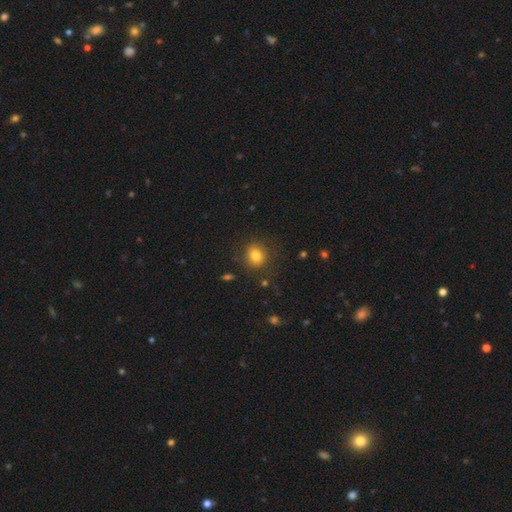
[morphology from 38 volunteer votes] Smooth or featured?
  - smooth: 84% *
  - featured or disk: 8%
  - star or artifact: 8%
How rounded?
  - round: 81% *
  - in between: 19%
  - cigar-shaped: 0%
Merging?
  - none: 89% *
  - minor disturbance: 9%
  - major disturbance: 3%
  - merger: 0%